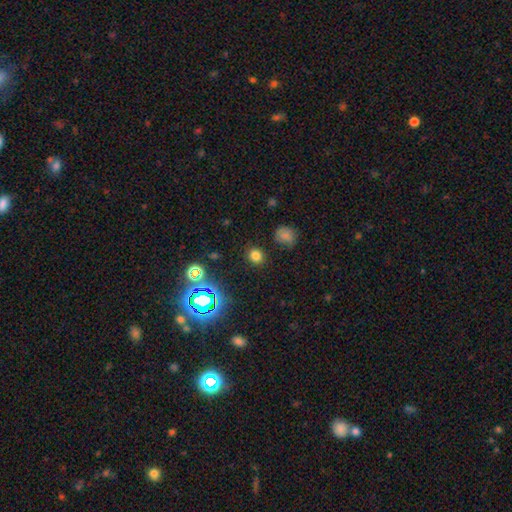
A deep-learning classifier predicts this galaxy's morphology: smooth_or_featured: smooth (p=0.74) [alt: star or artifact p=0.20]
how_rounded: round (p=0.78) [alt: in between p=0.21]
merging: none (p=0.87) [alt: minor disturbance p=0.08]